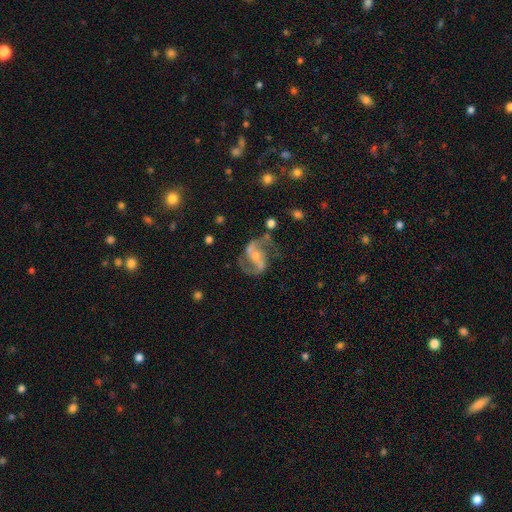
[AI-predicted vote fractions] This is clearly a featured or disk galaxy (89%). It is clearly not viewed edge-on (98%). Bar: marginally weak (37%). Spiral arm pattern: clearly yes (96%). Spiral arm count: clearly 2 (93%). Spiral winding: possibly medium (53%). Central bulge: possibly small (50%). Merging: likely none (67%).